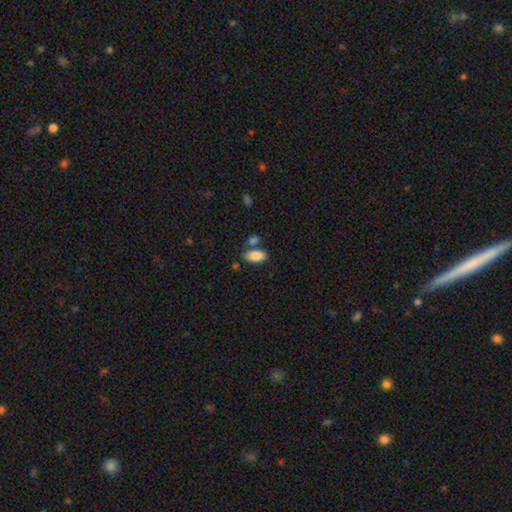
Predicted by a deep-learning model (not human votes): Smooth or featured?
  - smooth: 86% *
  - featured or disk: 7%
  - star or artifact: 7%
How rounded?
  - in between: 93% *
  - cigar-shaped: 4%
  - round: 3%
Merging?
  - none: 63% *
  - merger: 18%
  - minor disturbance: 15%
  - major disturbance: 4%